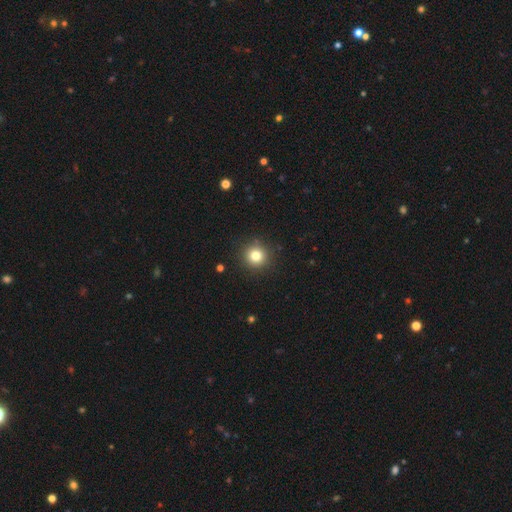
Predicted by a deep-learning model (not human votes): Morphology: type=smooth (81%); roundness=round (94%); merging=none (91%).